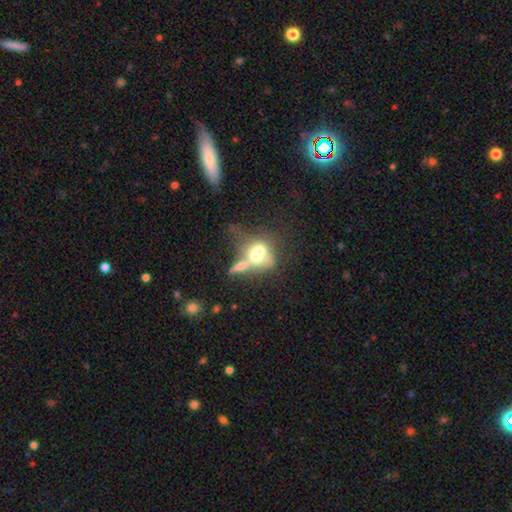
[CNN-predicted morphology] A smooth galaxy with no disk features (50%) that is in between round and cigar-shaped (62%). Merging: merger (61%).